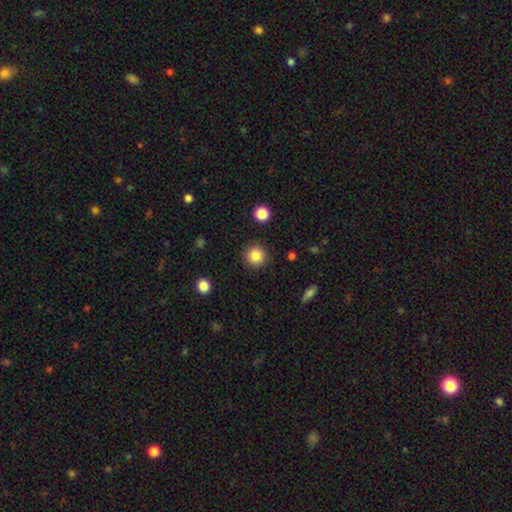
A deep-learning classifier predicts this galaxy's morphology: type=smooth (85%); roundness=round (95%); merging=none (90%).